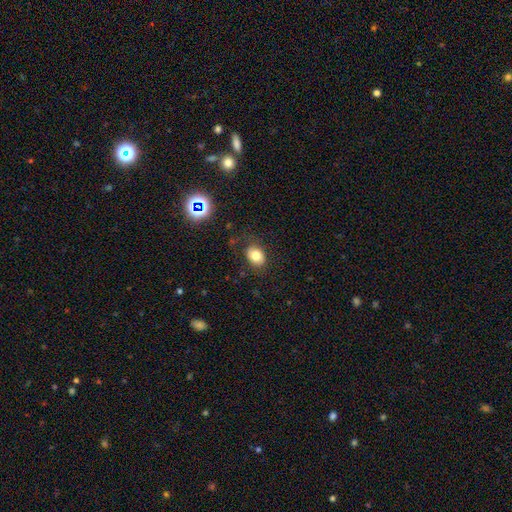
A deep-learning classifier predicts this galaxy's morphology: This is likely a smooth galaxy (79%). How rounded: likely in between (66%). Merging: likely none (79%).